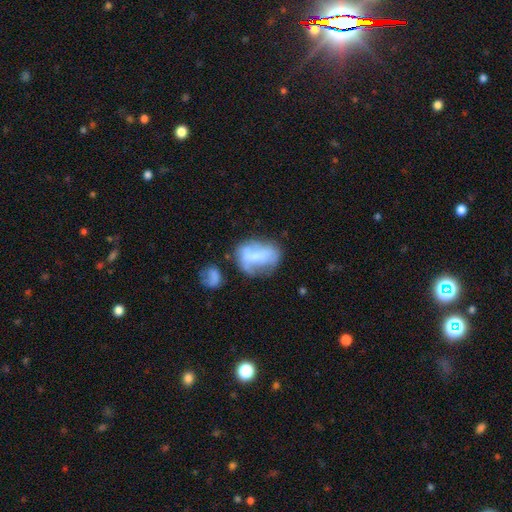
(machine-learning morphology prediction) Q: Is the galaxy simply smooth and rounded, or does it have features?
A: featured or disk — 47%.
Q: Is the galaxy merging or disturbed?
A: none — 39%.